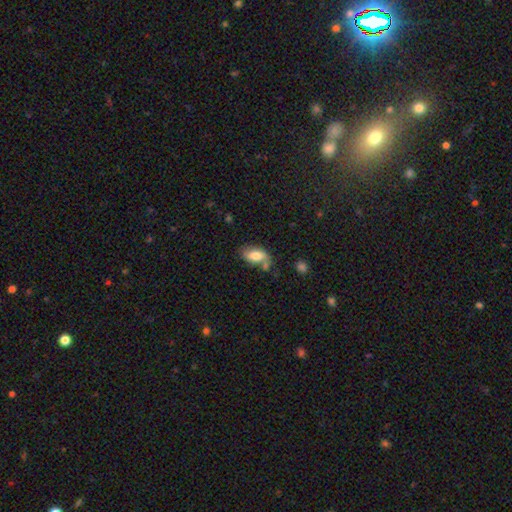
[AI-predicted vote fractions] smooth 77%, featured or disk 16%, star or artifact 8%. Down the decision tree: how rounded — in between (91%); merging — none (58%).